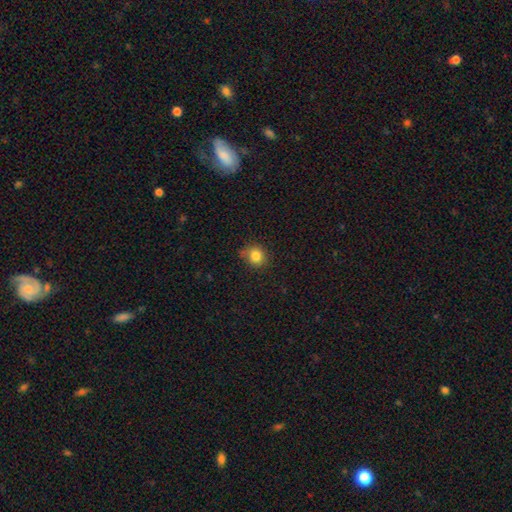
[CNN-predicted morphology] Q: Smooth or featured?
A: smooth (83%); runner-up: star or artifact (11%)
Q: How rounded?
A: round (79%); runner-up: in between (20%)
Q: Merging?
A: none (72%); runner-up: minor disturbance (22%)